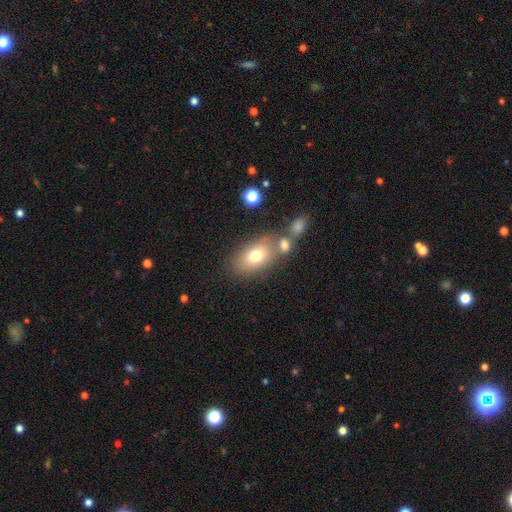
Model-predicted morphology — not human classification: type=smooth (73%); roundness=in between (84%); merging=none (55%).